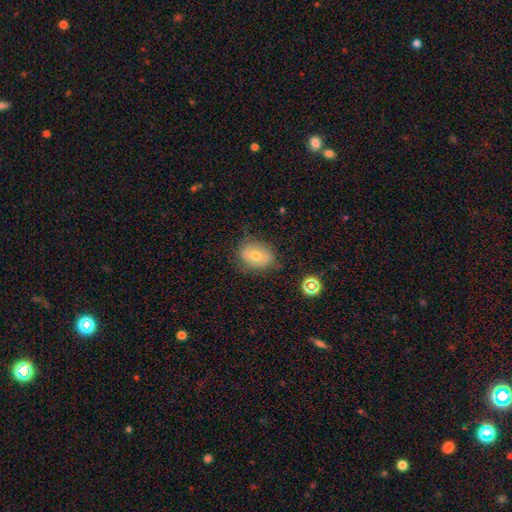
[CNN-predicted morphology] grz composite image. It shows a smooth galaxy with no disk features (58%) that is in between round and cigar-shaped (55%). Merging: none (72%).